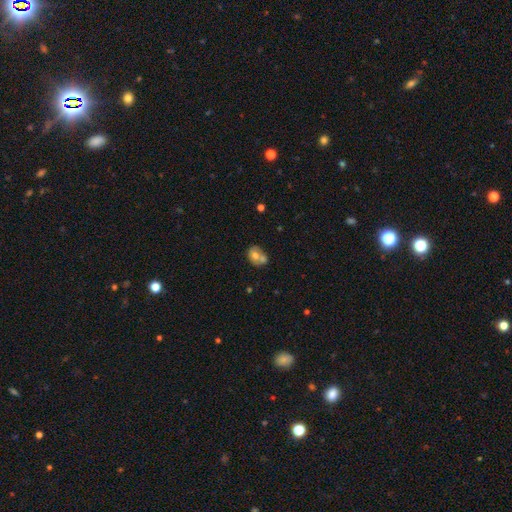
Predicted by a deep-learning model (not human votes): The model was most divided on "how rounded": in between: 50%, round: 49%, cigar-shaped: 1%. Remaining: smooth or featured — smooth (65%); merging — merger (49%).